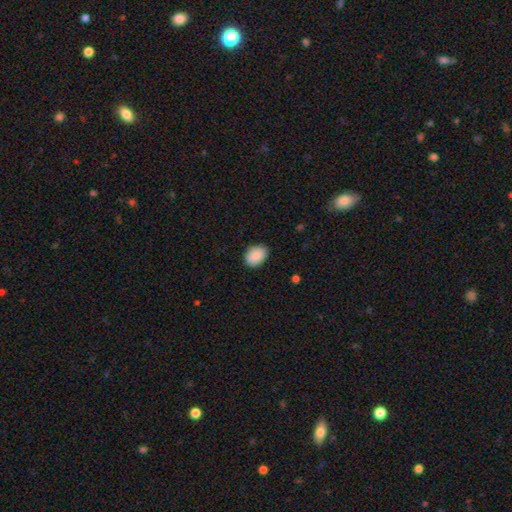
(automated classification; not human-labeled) Smooth or featured? Predicted: smooth (p=0.89). How rounded? Predicted: in between (p=0.75). Merging? Predicted: none (p=0.85).